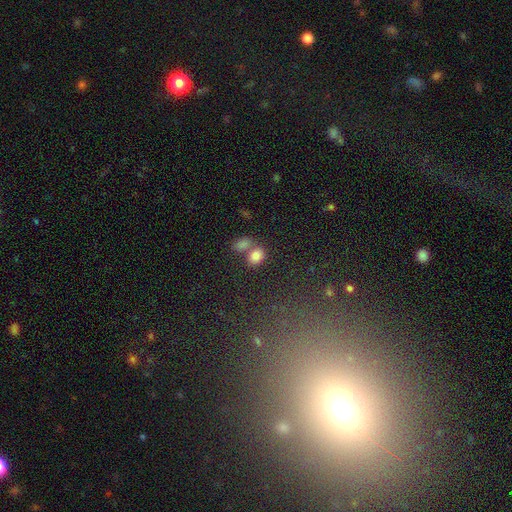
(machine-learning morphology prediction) This appears to be a smooth galaxy with no disk features (81%) that is in between round and cigar-shaped (65%). Merging: none (46%).